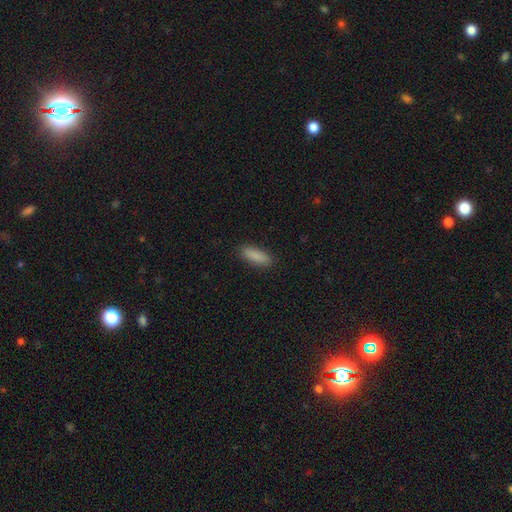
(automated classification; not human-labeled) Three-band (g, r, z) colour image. It shows a smooth galaxy with no disk features (88%) that is in between round and cigar-shaped (61%). Merging: none (89%).